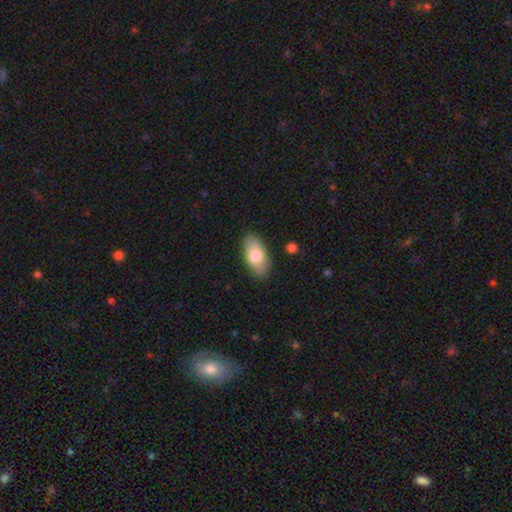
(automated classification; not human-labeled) Q: Smooth or featured?
A: smooth (75%); runner-up: featured or disk (19%)
Q: How rounded?
A: in between (92%); runner-up: cigar-shaped (5%)
Q: Merging?
A: none (85%); runner-up: minor disturbance (11%)